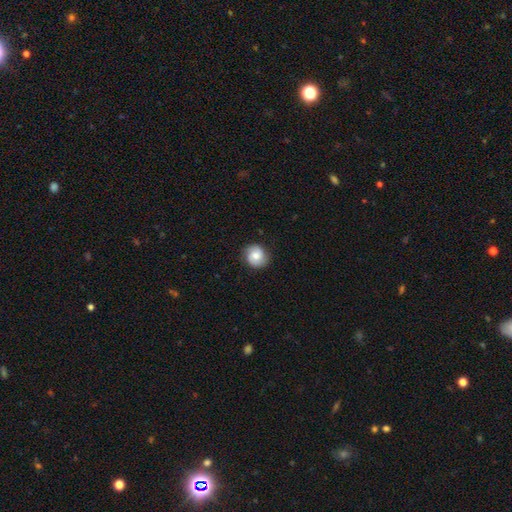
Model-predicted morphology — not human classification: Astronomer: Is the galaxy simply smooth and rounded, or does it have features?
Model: smooth — 61%.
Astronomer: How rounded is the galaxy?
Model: round — 84%.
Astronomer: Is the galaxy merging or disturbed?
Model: none — 84%.